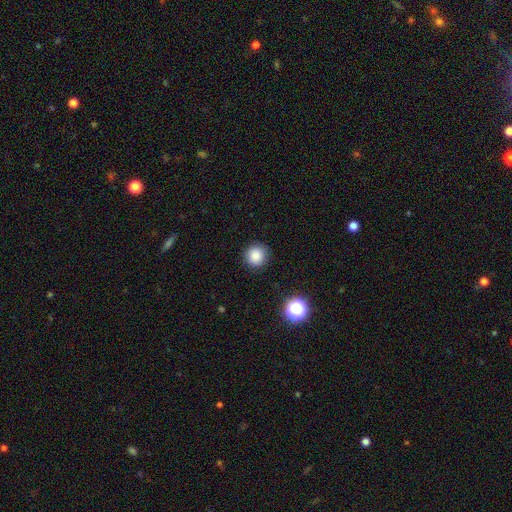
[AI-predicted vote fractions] Smooth or featured: smooth — 84% (star or artifact — 11%)
How rounded: round — 93% (in between — 6%)
Merging: none — 89% (minor disturbance — 7%)